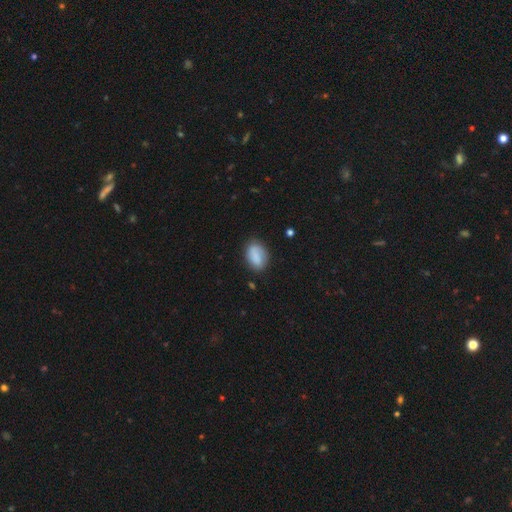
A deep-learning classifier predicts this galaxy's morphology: smooth_or_featured: smooth (p=0.84) [alt: featured or disk p=0.09]
how_rounded: in between (p=0.84) [alt: round p=0.15]
merging: none (p=0.73) [alt: minor disturbance p=0.20]